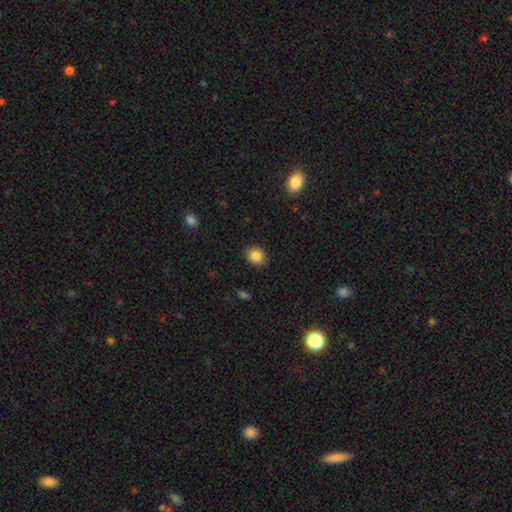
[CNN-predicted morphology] Smooth or featured?
  - smooth: 85% *
  - star or artifact: 10%
  - featured or disk: 5%
How rounded?
  - round: 69% *
  - in between: 30%
  - cigar-shaped: 1%
Merging?
  - none: 89% *
  - minor disturbance: 8%
  - major disturbance: 2%
  - merger: 1%